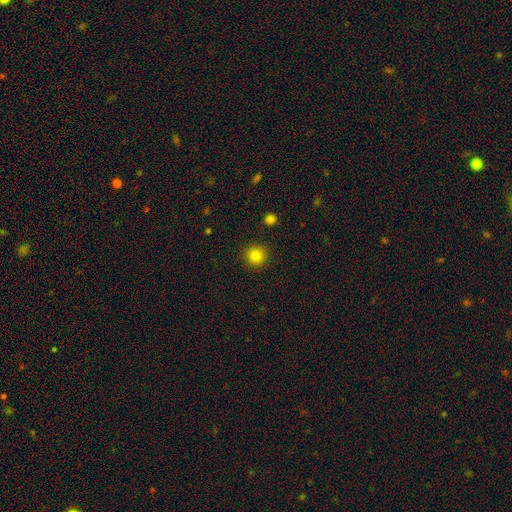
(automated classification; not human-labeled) Smooth or featured?
  - smooth: 84% *
  - star or artifact: 12%
  - featured or disk: 5%
How rounded?
  - round: 95% *
  - in between: 4%
  - cigar-shaped: 1%
Merging?
  - none: 91% *
  - minor disturbance: 5%
  - major disturbance: 2%
  - merger: 1%